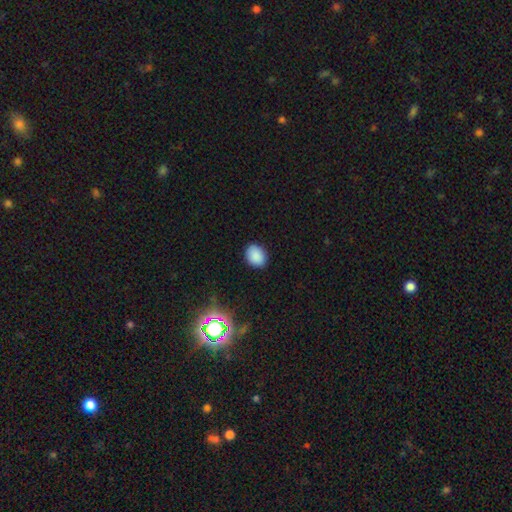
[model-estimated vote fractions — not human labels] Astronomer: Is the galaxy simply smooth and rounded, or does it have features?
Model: smooth — 86%.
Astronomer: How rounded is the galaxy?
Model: in between — 61% (runner-up: round, 38%).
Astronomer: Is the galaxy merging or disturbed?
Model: none — 87%.